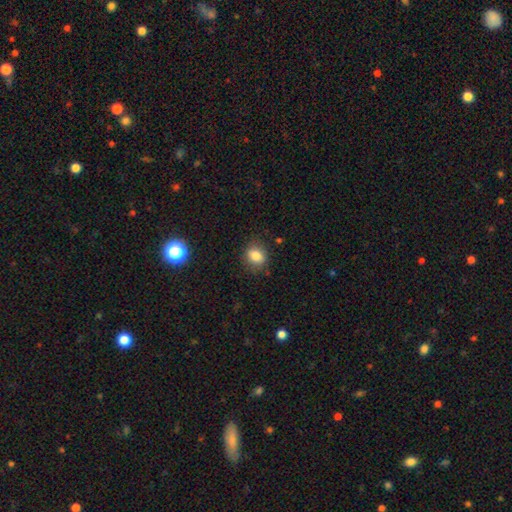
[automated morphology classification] Smooth or featured?
  - smooth: 82% *
  - star or artifact: 11%
  - featured or disk: 7%
How rounded?
  - round: 55% *
  - in between: 44%
  - cigar-shaped: 1%
Merging?
  - none: 82% *
  - minor disturbance: 13%
  - major disturbance: 3%
  - merger: 1%